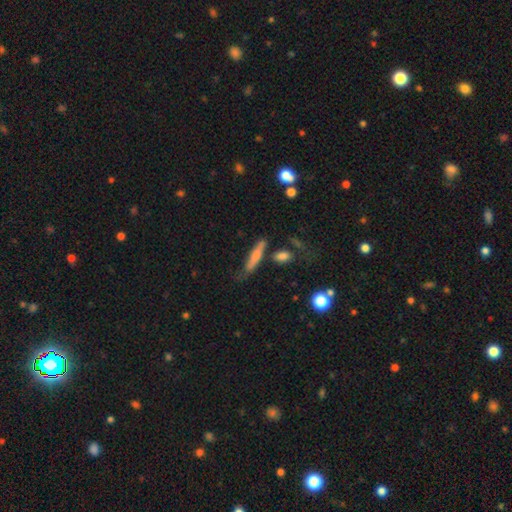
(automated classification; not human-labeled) A smooth galaxy with no disk features (64%) that is cigar-shaped (83%).

Vote fractions:
- Smooth or featured? smooth: 64% / featured or disk: 29% / star or artifact: 7%
- How rounded? cigar-shaped: 83% / in between: 15% / round: 3%
- Merging? none: 60% / minor disturbance: 22% / merger: 9% / major disturbance: 9%